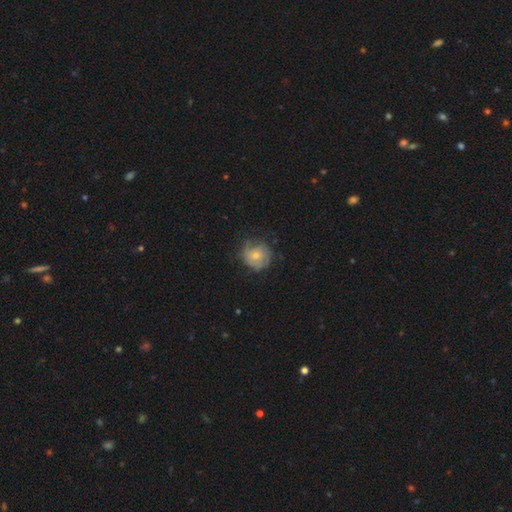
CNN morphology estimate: Smooth or featured? Predicted: smooth (p=0.47). Merging? Predicted: none (p=0.63).